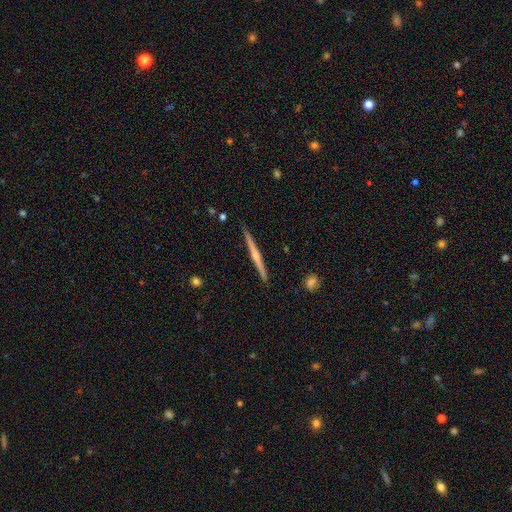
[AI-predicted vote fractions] Smooth or featured: featured or disk — 75% (smooth — 20%)
Edge-on disk: yes — 99% (no — 1%)
Edge-on bulge: rounded — 76% (none — 18%)
Merging: none — 91% (minor disturbance — 6%)